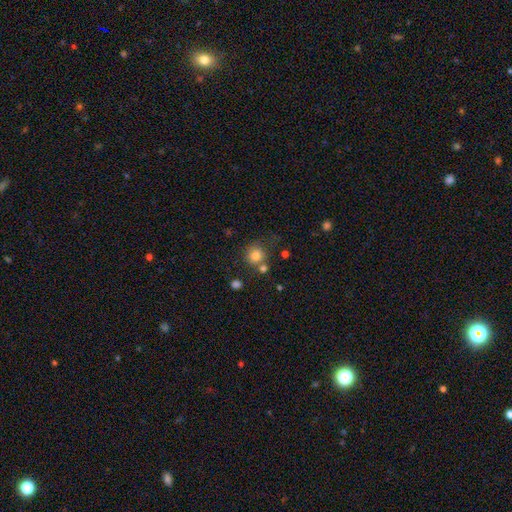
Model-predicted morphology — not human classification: Smooth or featured: smooth — 80% (star or artifact — 12%)
How rounded: round — 91% (in between — 8%)
Merging: none — 68% (merger — 14%)